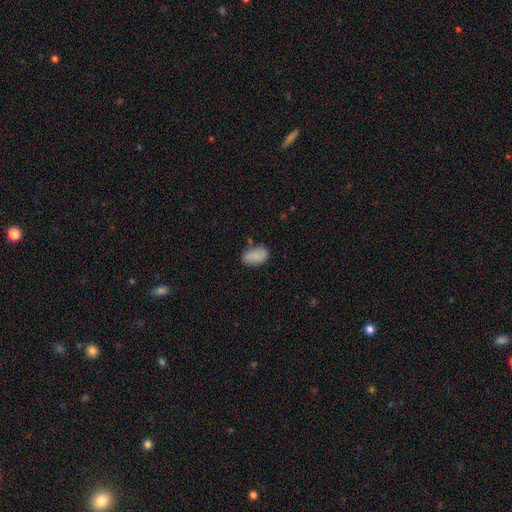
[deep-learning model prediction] Smooth or featured: smooth — 86% (star or artifact — 8%)
How rounded: in between — 92% (round — 6%)
Merging: none — 73% (minor disturbance — 18%)